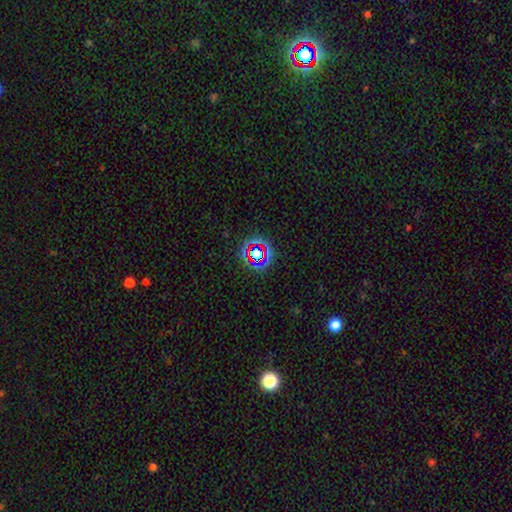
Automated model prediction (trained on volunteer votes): This is likely a star or artifact rather than a galaxy (64%).